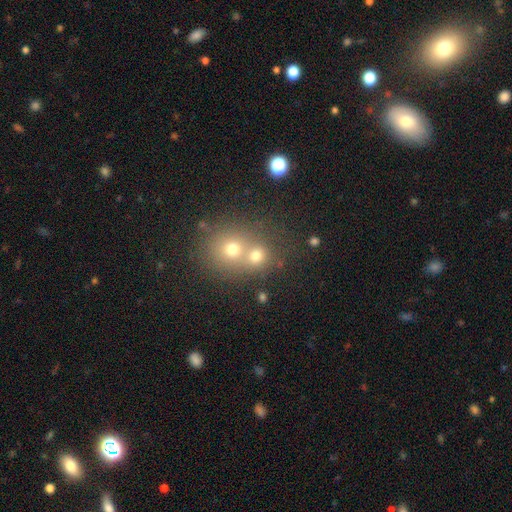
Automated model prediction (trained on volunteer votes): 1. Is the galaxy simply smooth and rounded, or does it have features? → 69% smooth, 17% star or artifact, 13% featured or disk.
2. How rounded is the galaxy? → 80% round, 19% in between, 1% cigar-shaped.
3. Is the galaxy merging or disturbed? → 52% merger, 39% none, 6% minor disturbance, 3% major disturbance.